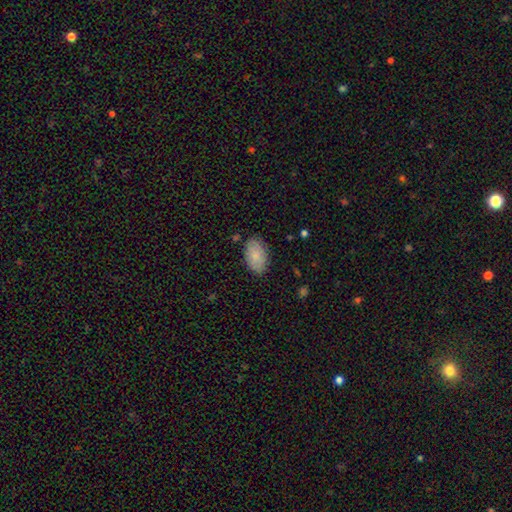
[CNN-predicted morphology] This appears to be a smooth galaxy with no disk features (82%) that is in between round and cigar-shaped (93%). Merging: none (83%).